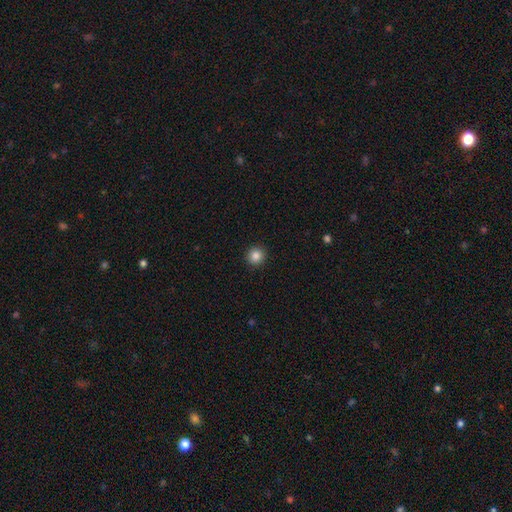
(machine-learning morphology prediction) smooth-or-featured: smooth: 86% | star or artifact: 10% | featured or disk: 4%
  how-rounded: round: 94% | in between: 5% | cigar-shaped: 1%
  merging: none: 93% | minor disturbance: 4% | major disturbance: 2% | merger: 1%